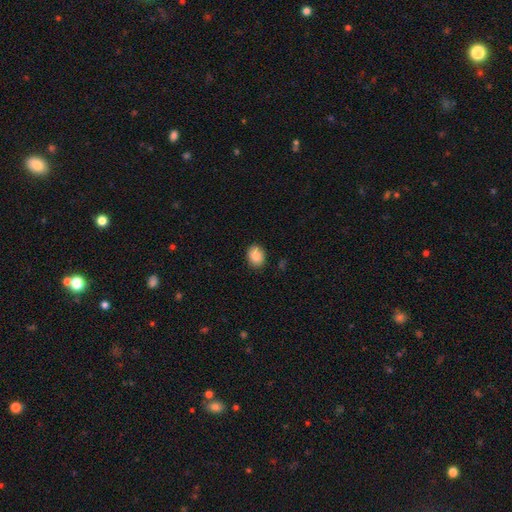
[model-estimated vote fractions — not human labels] Q: Smooth or featured?
A: smooth (89%); runner-up: star or artifact (8%)
Q: How rounded?
A: in between (61%); runner-up: round (38%)
Q: Merging?
A: none (87%); runner-up: minor disturbance (9%)